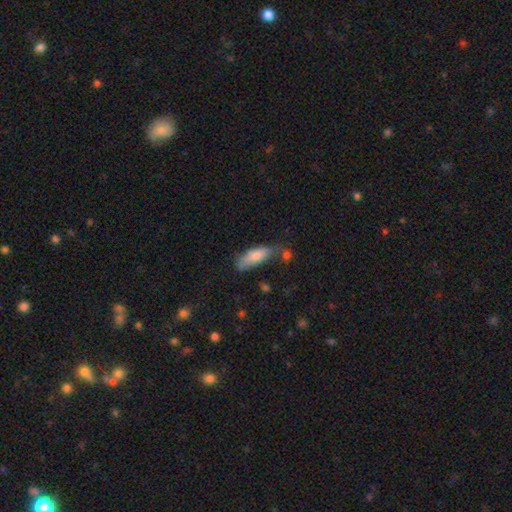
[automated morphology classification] Smooth or featured? smooth (76%)
How rounded? in between (60%)
Merging? none (52%)